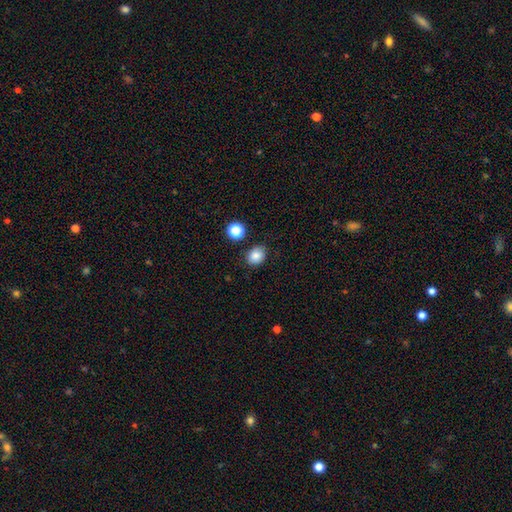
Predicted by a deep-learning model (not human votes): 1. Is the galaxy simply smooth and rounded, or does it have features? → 84% smooth, 11% star or artifact, 5% featured or disk.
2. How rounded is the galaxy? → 55% round, 44% in between, 1% cigar-shaped.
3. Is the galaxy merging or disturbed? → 83% none, 11% minor disturbance, 3% merger, 3% major disturbance.